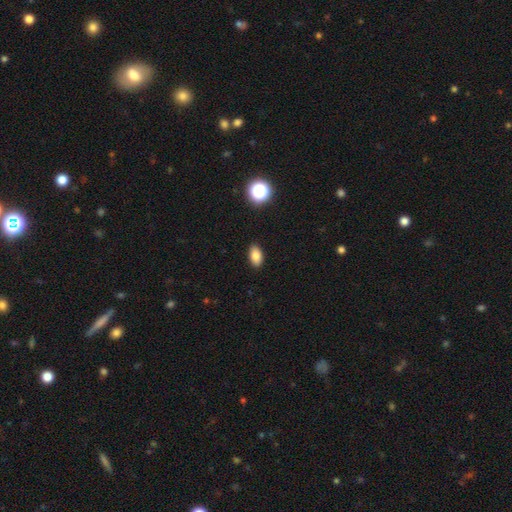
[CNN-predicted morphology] The model was most divided on "smooth or featured": smooth: 84%, star or artifact: 10%, featured or disk: 6%. More confident: how rounded — in between (91%); merging — none (89%).